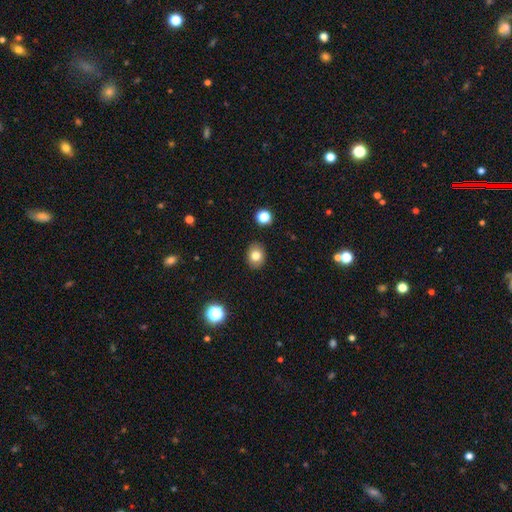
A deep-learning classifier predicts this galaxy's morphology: Smooth or featured? Predicted: smooth (p=0.80). How rounded? Predicted: in between (p=0.51). Merging? Predicted: none (p=0.89).